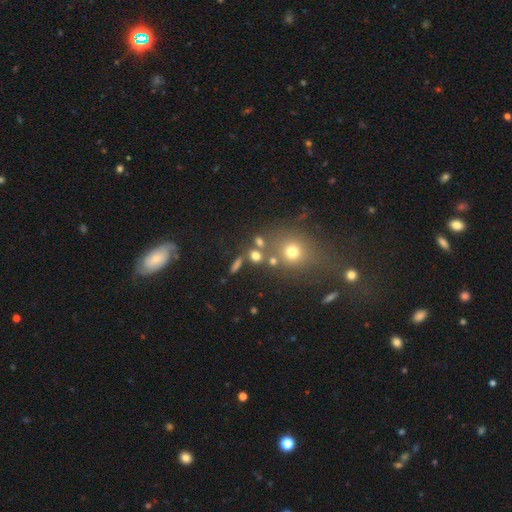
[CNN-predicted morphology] type=smooth (65%); roundness=round (51%); merging=none (63%).